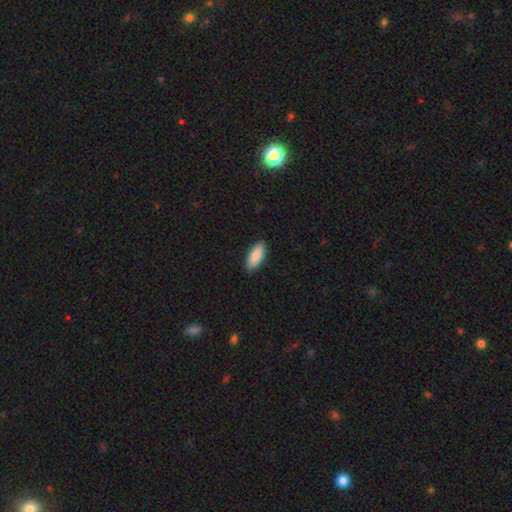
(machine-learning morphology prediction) Overall: smooth (89%). How rounded: in between (82%). Merging: none (90%).